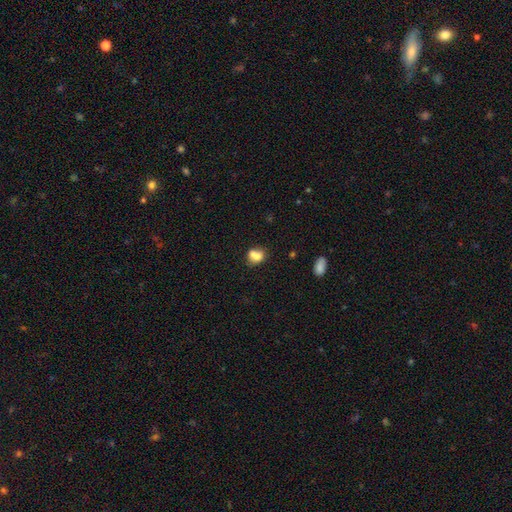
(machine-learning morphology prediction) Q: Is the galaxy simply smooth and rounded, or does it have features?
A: smooth — 75%.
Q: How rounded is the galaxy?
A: round — 55%.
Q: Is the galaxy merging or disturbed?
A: merger — 51%.